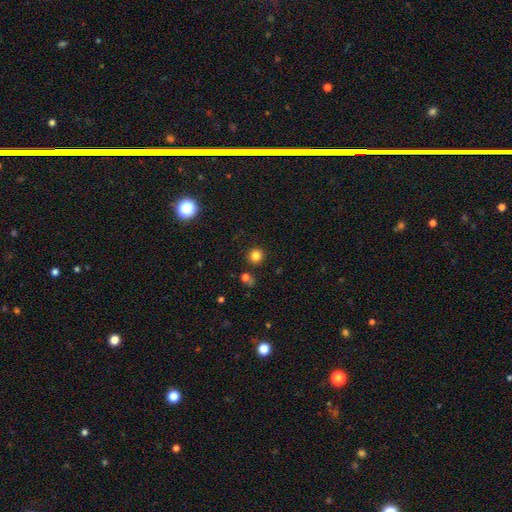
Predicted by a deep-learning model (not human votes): smooth 81%, star or artifact 14%, featured or disk 5%. Down the decision tree: how rounded — round (94%); merging — none (89%).